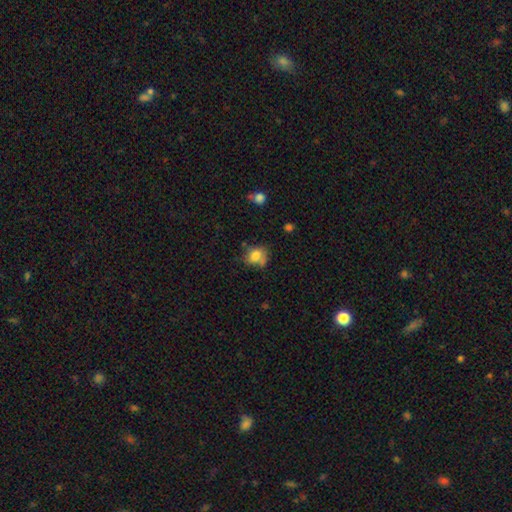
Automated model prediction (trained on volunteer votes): smooth-or-featured: smooth: 77% | featured or disk: 12% | star or artifact: 11%
  how-rounded: round: 53% | in between: 46% | cigar-shaped: 1%
  merging: none: 52% | minor disturbance: 27% | merger: 12% | major disturbance: 9%